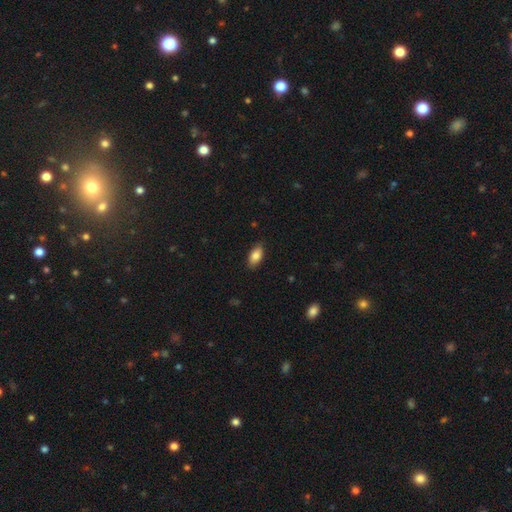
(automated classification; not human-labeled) smooth-or-featured: smooth: 84% | featured or disk: 9% | star or artifact: 7%
  how-rounded: in between: 91% | cigar-shaped: 5% | round: 4%
  merging: none: 86% | minor disturbance: 11% | major disturbance: 2% | merger: 1%